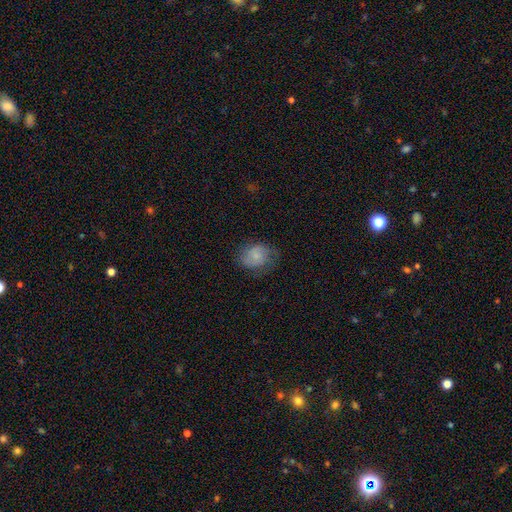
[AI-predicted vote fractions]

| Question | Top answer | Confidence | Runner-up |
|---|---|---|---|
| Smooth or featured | smooth | 62% | featured or disk (30%) |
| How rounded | round | 58% | in between (41%) |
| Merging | none | 63% | minor disturbance (25%) |